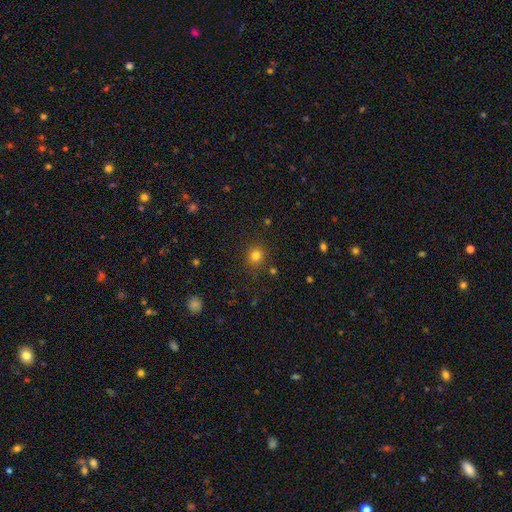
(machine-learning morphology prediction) smooth 80%, star or artifact 15%, featured or disk 5%. Down the decision tree: how rounded — round (87%); merging — none (86%).